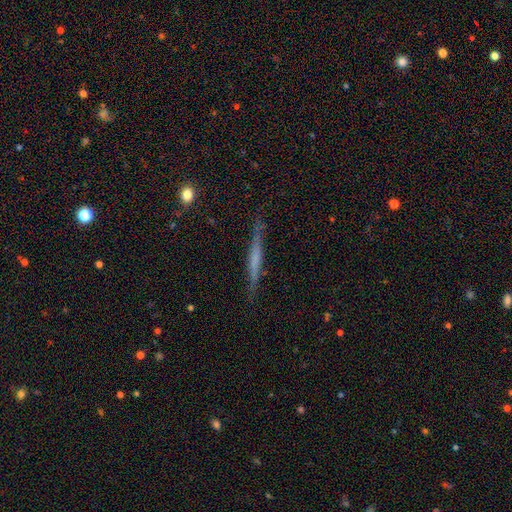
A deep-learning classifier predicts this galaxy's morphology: Smooth or featured? Predicted: featured or disk (p=0.55). Edge-on disk? Predicted: yes (p=0.97). Edge-on bulge? Predicted: none (p=0.68). Merging? Predicted: none (p=0.87).